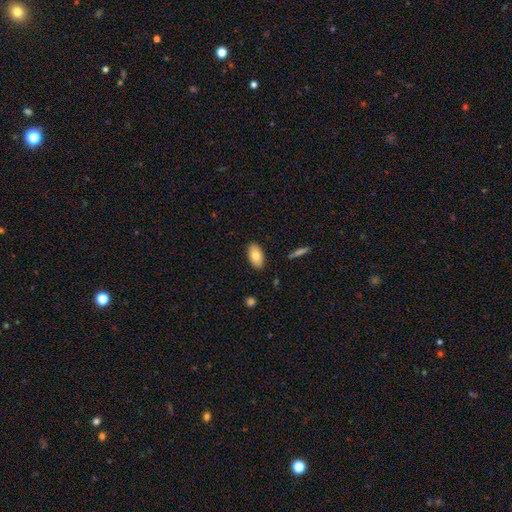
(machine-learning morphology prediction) The model was most divided on "smooth or featured": smooth: 79%, featured or disk: 14%, star or artifact: 7%. More confident: how rounded — in between (94%); merging — none (88%).